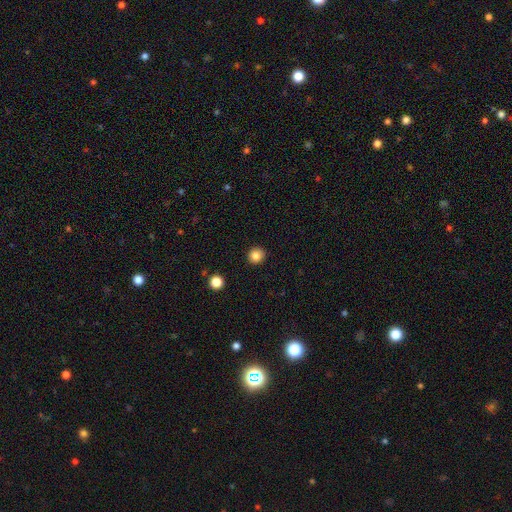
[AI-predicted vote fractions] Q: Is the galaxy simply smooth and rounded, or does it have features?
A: smooth — 84%.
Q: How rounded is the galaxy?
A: round — 94%.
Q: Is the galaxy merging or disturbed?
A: none — 93%.